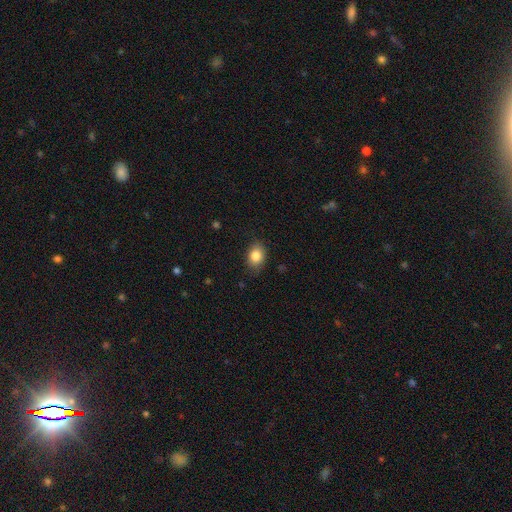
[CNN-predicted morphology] This appears to be a smooth galaxy with no disk features (84%) that is in between round and cigar-shaped (71%). Merging: none (81%).